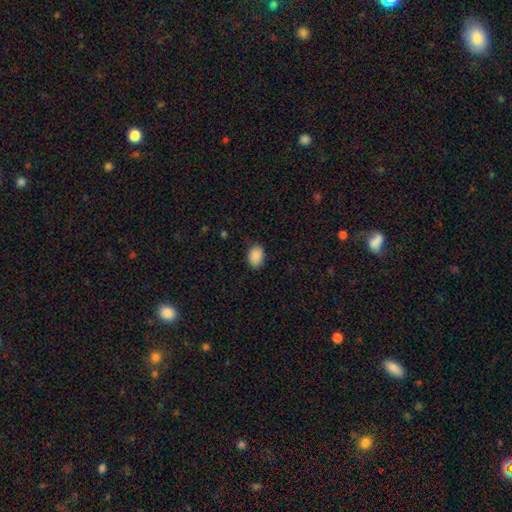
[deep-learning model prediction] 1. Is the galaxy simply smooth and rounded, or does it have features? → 90% smooth, 8% star or artifact, 3% featured or disk.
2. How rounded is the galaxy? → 75% in between, 24% round, 1% cigar-shaped.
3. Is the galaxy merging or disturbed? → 85% none, 12% minor disturbance, 3% major disturbance, 1% merger.